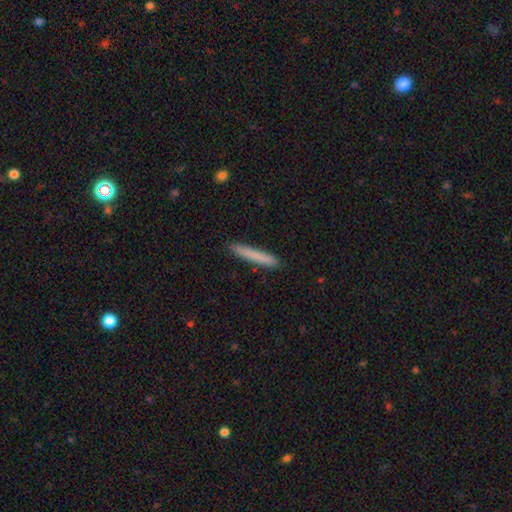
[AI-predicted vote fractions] A smooth galaxy with no disk features (80%) that is cigar-shaped (96%).

Vote fractions:
- Smooth or featured? smooth: 80% / featured or disk: 14% / star or artifact: 6%
- How rounded? cigar-shaped: 96% / in between: 3% / round: 1%
- Merging? none: 90% / minor disturbance: 7% / major disturbance: 1% / merger: 1%